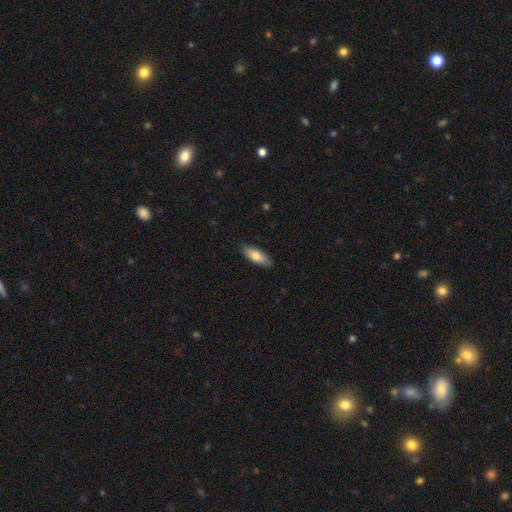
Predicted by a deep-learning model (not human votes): This is likely a smooth galaxy (75%). How rounded: likely in between (73%). Merging: clearly none (84%).